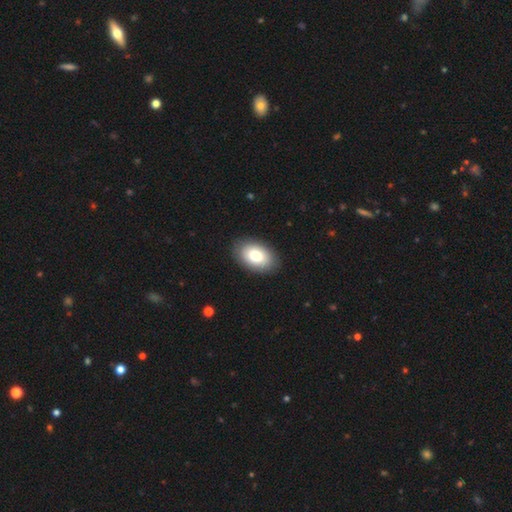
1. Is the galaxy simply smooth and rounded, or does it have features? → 75% smooth, 12% featured or disk, 12% star or artifact.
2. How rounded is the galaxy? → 90% in between, 10% round, 0% cigar-shaped.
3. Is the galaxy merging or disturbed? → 89% none, 6% minor disturbance, 3% major disturbance, 3% merger.